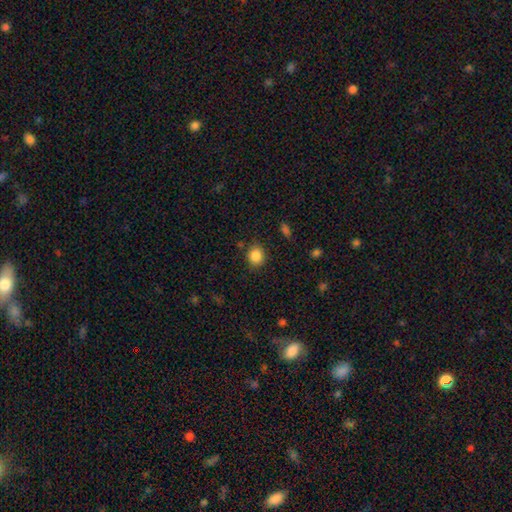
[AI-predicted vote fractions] smooth_or_featured: smooth (p=0.86) [alt: star or artifact p=0.10]
how_rounded: round (p=0.74) [alt: in between p=0.25]
merging: none (p=0.83) [alt: minor disturbance p=0.11]